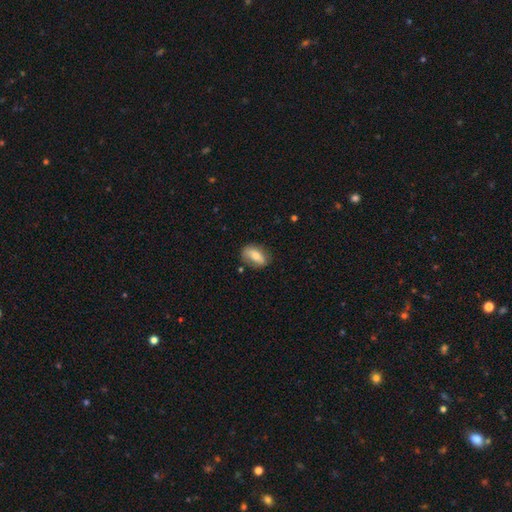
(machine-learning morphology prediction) Smooth or featured? Predicted: smooth (p=0.65). How rounded? Predicted: in between (p=0.84). Merging? Predicted: none (p=0.74).